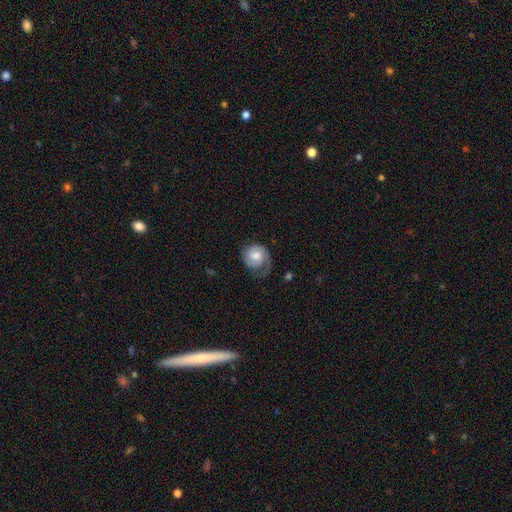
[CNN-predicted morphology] The model was most divided on "spiral arm count": 2: 43%, 1: 41%, can't tell: 11%, 3: 3%, 4: 1%, more than 4: 1%. More confident: edge-on disk — no (97%); spiral arms — yes (92%); bar — no (66%); smooth or featured — featured or disk (63%); bulge size — moderate (53%); spiral winding — tight (53%); merging — none (51%).